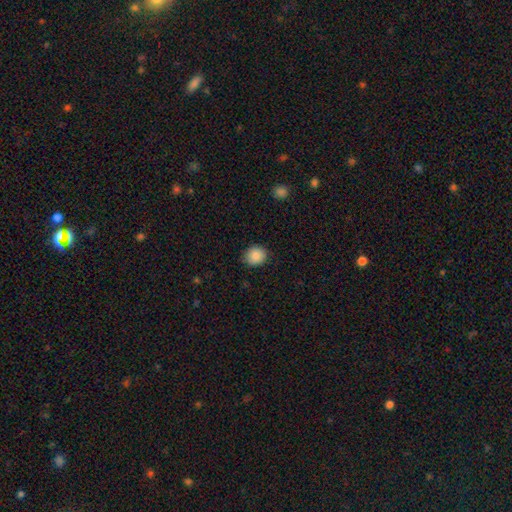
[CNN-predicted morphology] smooth 88%, star or artifact 8%, featured or disk 4%. Down the decision tree: how rounded — round (74%); merging — none (85%).